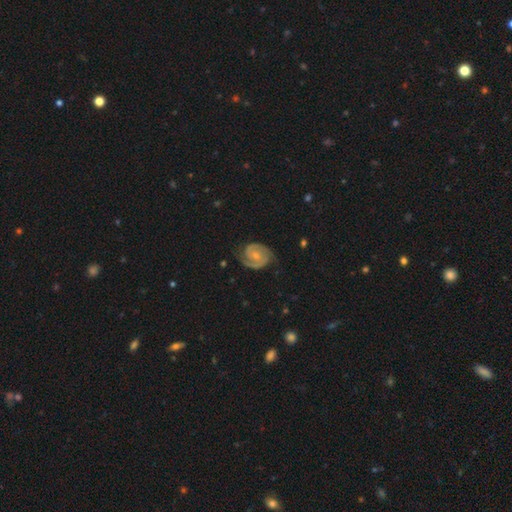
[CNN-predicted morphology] featured or disk 87%, smooth 8%, star or artifact 5%. Down the decision tree: edge-on disk — no (98%); bar — no (56%); spiral arms — yes (97%); spiral arm count — 2 (89%); spiral winding — tight (50%); bulge size — small (56%); merging — none (76%).